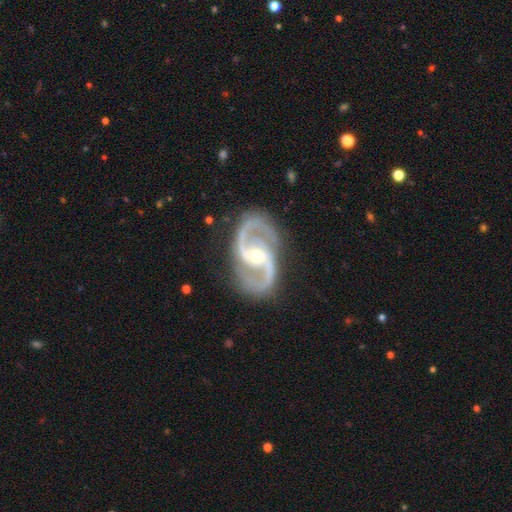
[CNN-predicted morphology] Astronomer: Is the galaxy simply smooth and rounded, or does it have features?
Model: featured or disk — 93%.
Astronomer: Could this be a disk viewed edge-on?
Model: no — 98%.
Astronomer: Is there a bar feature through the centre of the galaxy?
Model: no — 41% (runner-up: weak, 35%).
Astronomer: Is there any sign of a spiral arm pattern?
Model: yes — 98%.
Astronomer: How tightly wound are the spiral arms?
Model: medium — 64%.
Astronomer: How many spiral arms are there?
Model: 2 — 94%.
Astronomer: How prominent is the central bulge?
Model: small — 53% (runner-up: moderate, 44%).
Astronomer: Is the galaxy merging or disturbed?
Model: none — 83%.